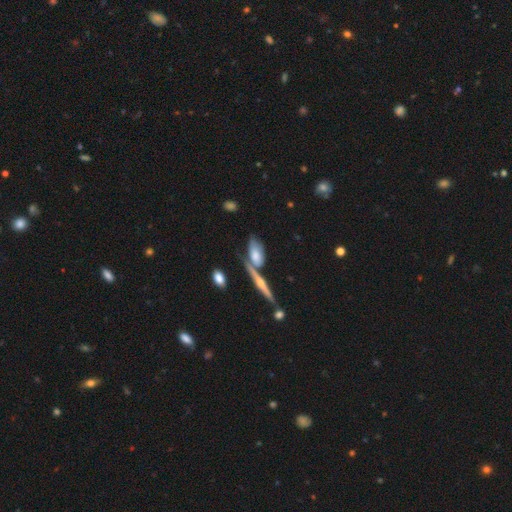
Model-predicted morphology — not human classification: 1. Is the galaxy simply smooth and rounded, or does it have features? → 50% smooth, 43% featured or disk, 7% star or artifact.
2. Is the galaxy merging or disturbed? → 46% none, 29% merger, 19% minor disturbance, 7% major disturbance.